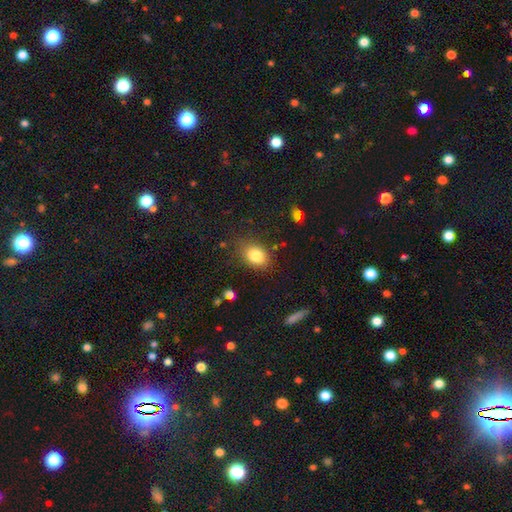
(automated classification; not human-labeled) A smooth galaxy with no disk features (82%) that is in between round and cigar-shaped (73%).

Vote fractions:
- Smooth or featured? smooth: 82% / star or artifact: 9% / featured or disk: 8%
- How rounded? in between: 73% / round: 26% / cigar-shaped: 1%
- Merging? none: 80% / minor disturbance: 14% / major disturbance: 4% / merger: 2%